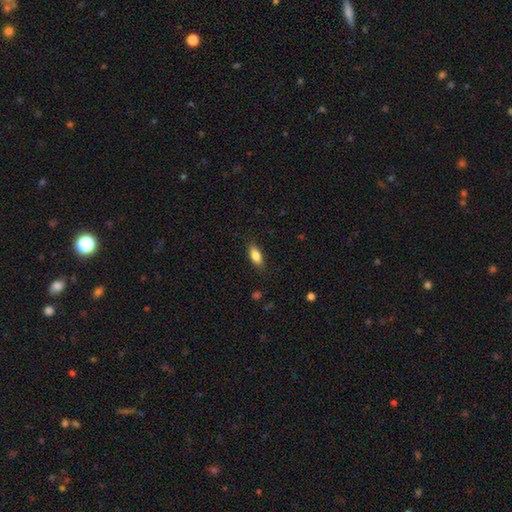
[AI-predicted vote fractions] Morphology: type=smooth (82%); roundness=in between (82%); merging=none (85%).